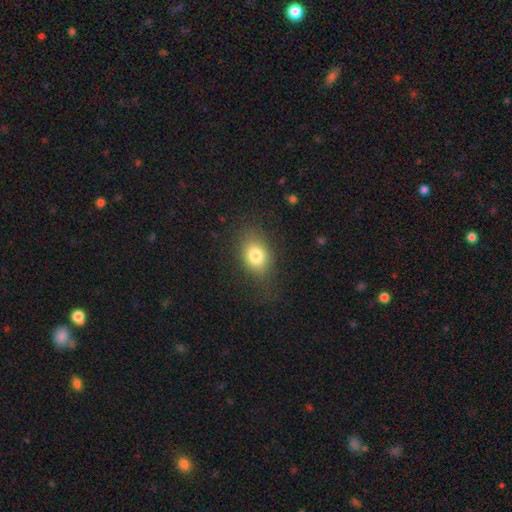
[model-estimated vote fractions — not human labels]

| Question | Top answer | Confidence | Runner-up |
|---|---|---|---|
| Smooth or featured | smooth | 79% | featured or disk (11%) |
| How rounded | in between | 69% | round (29%) |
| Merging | none | 74% | minor disturbance (16%) |